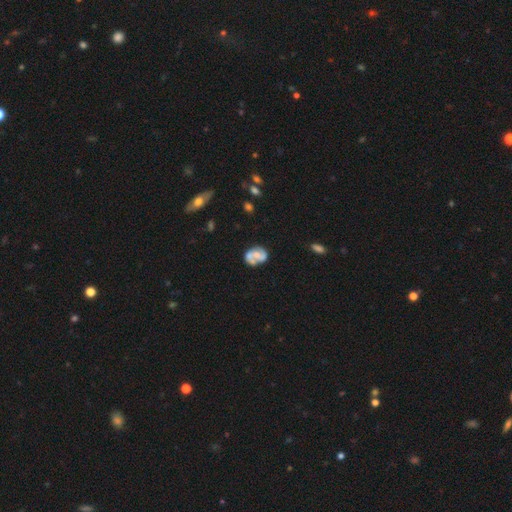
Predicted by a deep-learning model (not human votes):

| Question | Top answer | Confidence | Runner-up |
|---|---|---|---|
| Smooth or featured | featured or disk | 65% | smooth (28%) |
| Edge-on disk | no | 97% | yes (3%) |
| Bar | no | 65% | weak (27%) |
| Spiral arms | yes | 68% | no (32%) |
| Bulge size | moderate | 47% | small (35%) |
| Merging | none | 48% | minor disturbance (22%) |